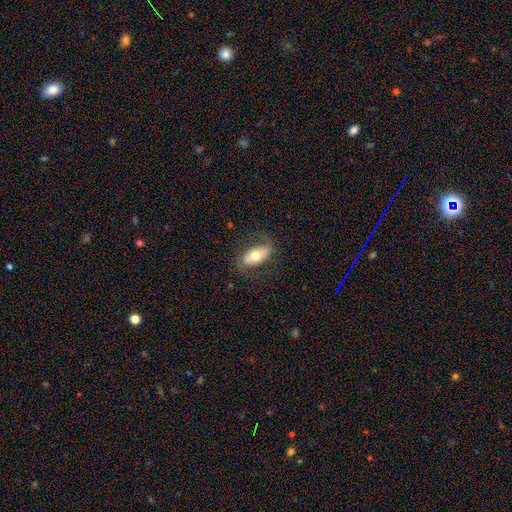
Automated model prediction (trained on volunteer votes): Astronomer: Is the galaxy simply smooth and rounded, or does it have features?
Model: smooth — 47%, tied with featured or disk at 47%.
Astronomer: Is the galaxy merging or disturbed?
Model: none — 72%.